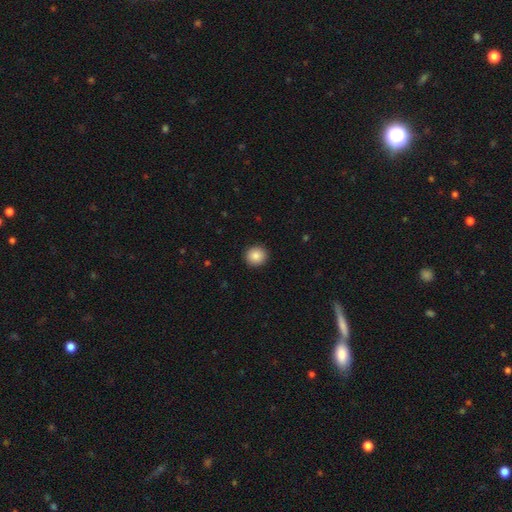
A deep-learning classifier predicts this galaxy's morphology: Q: Smooth or featured?
A: smooth (87%); runner-up: star or artifact (9%)
Q: How rounded?
A: round (89%); runner-up: in between (10%)
Q: Merging?
A: none (92%); runner-up: minor disturbance (5%)